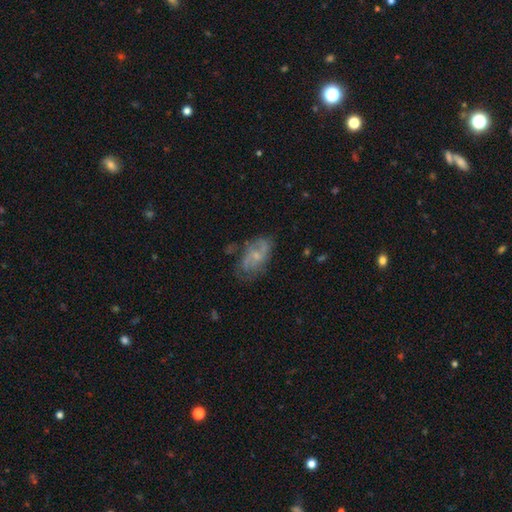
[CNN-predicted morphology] featured or disk 62%, smooth 29%, star or artifact 9%. Down the decision tree: edge-on disk — no (96%); bar — no (66%); spiral arms — yes (74%); bulge size — small (62%); merging — none (56%).